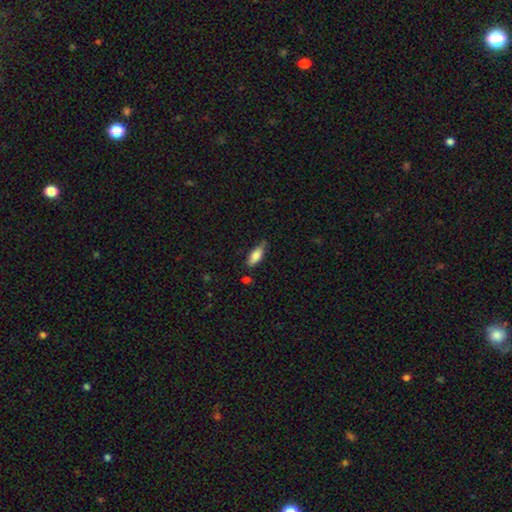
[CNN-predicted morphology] Smooth or featured? Predicted: smooth (p=0.76). How rounded? Predicted: in between (p=0.70). Merging? Predicted: none (p=0.66).